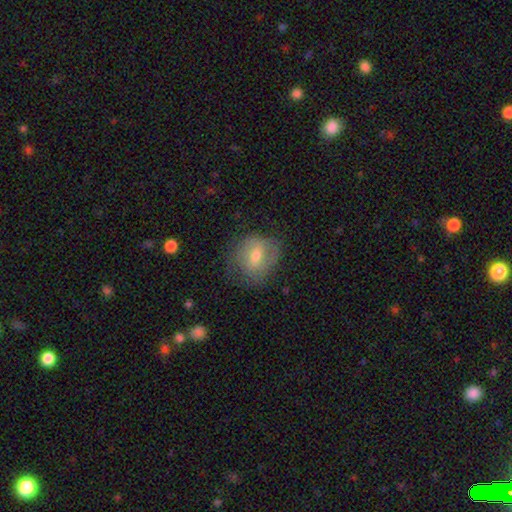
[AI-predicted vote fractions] smooth_or_featured: smooth (p=0.57) [alt: featured or disk p=0.35]
how_rounded: round (p=0.55) [alt: in between p=0.43]
merging: none (p=0.60) [alt: minor disturbance p=0.26]